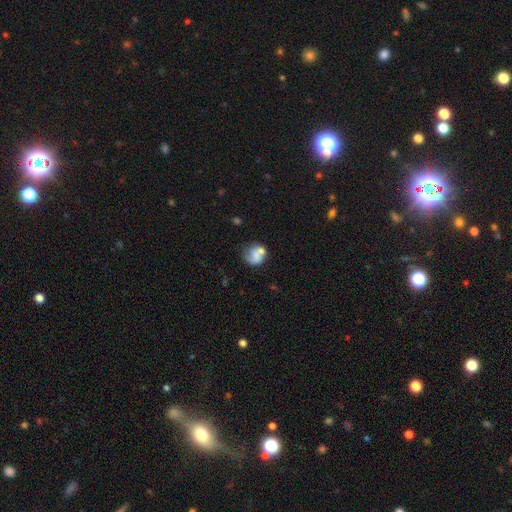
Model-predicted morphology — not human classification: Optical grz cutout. It shows a smooth galaxy with no disk features (64%) that is round (70%). Merging: none (39%).